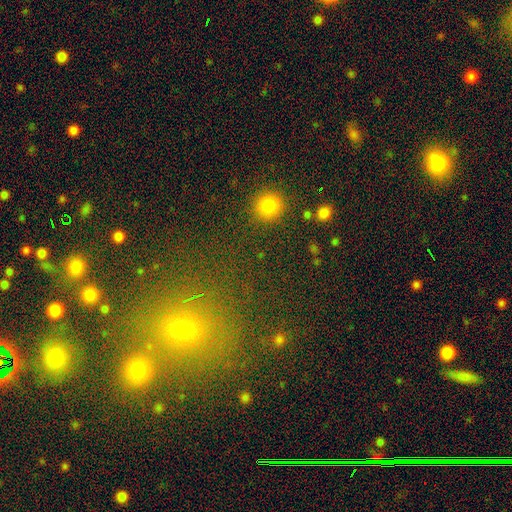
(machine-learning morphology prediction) Smooth or featured?
  - smooth: 47% *
  - star or artifact: 45%
  - featured or disk: 9%
Merging?
  - none: 79% *
  - merger: 9%
  - minor disturbance: 8%
  - major disturbance: 4%